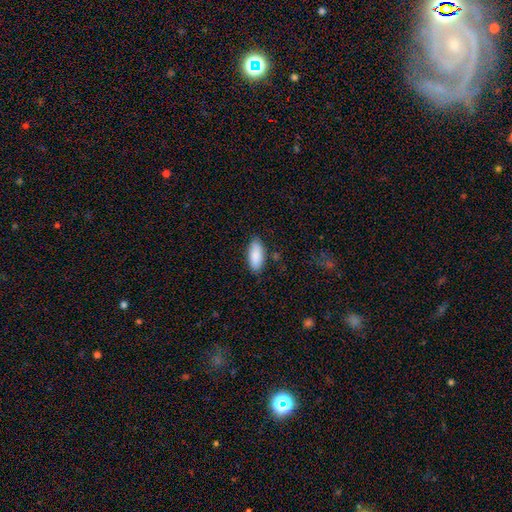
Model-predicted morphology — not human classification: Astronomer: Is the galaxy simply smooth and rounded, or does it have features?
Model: smooth — 88%.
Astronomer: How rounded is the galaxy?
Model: in between — 87%.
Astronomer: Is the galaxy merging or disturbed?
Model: none — 82%.